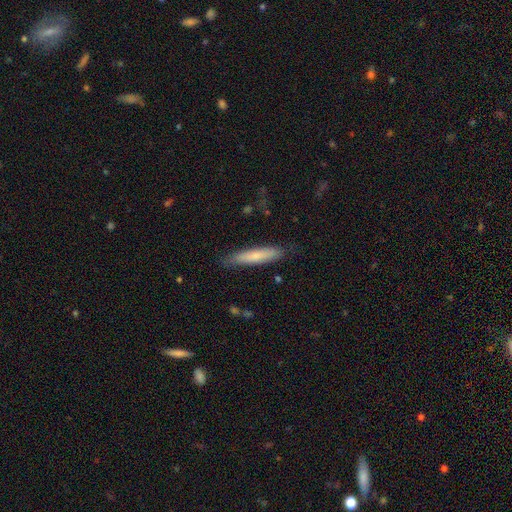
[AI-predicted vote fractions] Smooth or featured?
  - smooth: 70% *
  - featured or disk: 24%
  - star or artifact: 6%
How rounded?
  - cigar-shaped: 89% *
  - in between: 10%
  - round: 1%
Merging?
  - none: 82% *
  - minor disturbance: 14%
  - major disturbance: 3%
  - merger: 1%